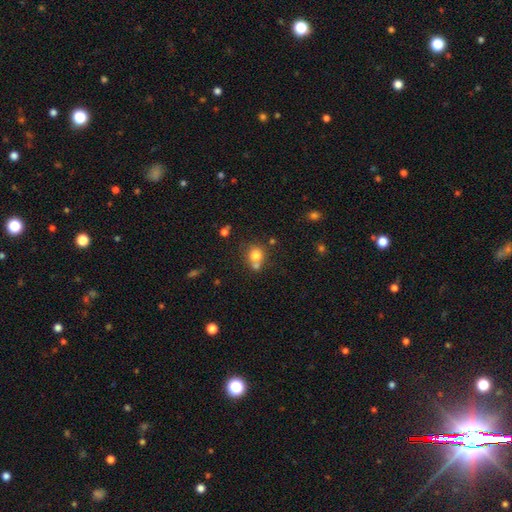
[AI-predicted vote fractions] A smooth galaxy with no disk features (77%) that is round (83%).

Vote fractions:
- Smooth or featured? smooth: 77% / star or artifact: 12% / featured or disk: 11%
- How rounded? round: 83% / in between: 16% / cigar-shaped: 1%
- Merging? none: 49% / merger: 37% / minor disturbance: 10% / major disturbance: 4%